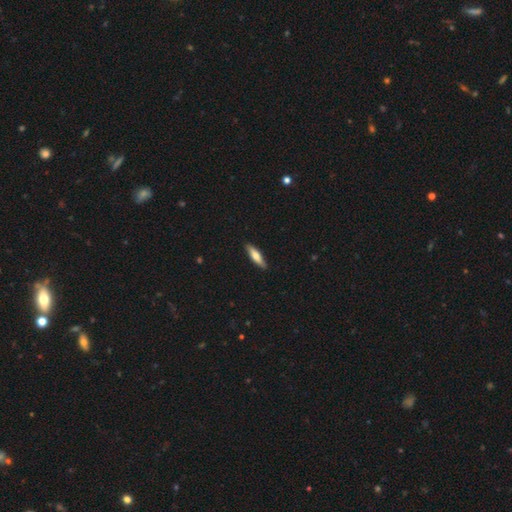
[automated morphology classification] smooth-or-featured: smooth: 64% | featured or disk: 31% | star or artifact: 5%
  how-rounded: cigar-shaped: 69% | in between: 29% | round: 2%
  merging: none: 88% | minor disturbance: 10% | major disturbance: 2% | merger: 1%